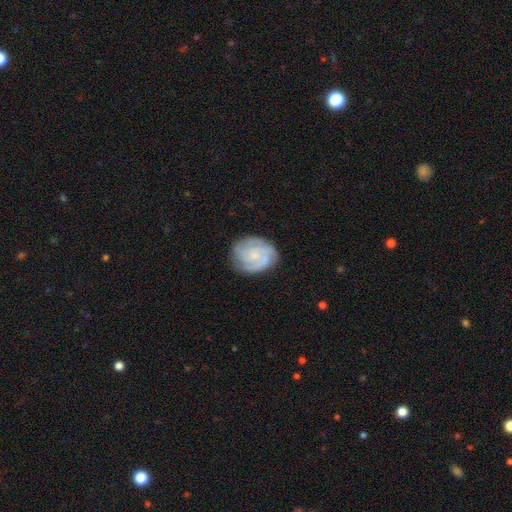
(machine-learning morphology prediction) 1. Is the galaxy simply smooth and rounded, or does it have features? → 76% featured or disk, 18% smooth, 6% star or artifact.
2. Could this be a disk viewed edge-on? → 98% no, 2% yes.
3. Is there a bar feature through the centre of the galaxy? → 73% no, 24% weak, 3% strong.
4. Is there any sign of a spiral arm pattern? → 95% yes, 5% no.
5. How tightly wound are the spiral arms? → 60% tight, 33% medium, 7% loose.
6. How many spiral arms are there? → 40% 3, 20% can't tell, 15% 4, 13% 2, 5% 1, 5% more than 4.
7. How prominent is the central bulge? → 57% small, 21% moderate, 19% none, 2% large, 1% dominant.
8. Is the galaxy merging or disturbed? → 77% none, 16% minor disturbance, 5% major disturbance, 1% merger.